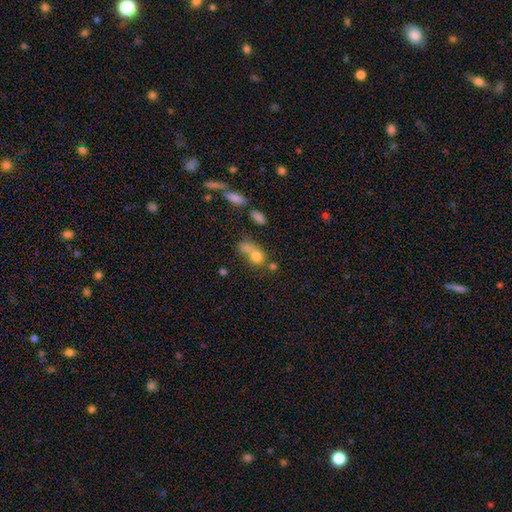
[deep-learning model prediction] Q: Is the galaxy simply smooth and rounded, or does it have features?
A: smooth — 72%.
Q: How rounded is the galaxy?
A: round — 51%.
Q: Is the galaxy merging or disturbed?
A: merger — 43%.